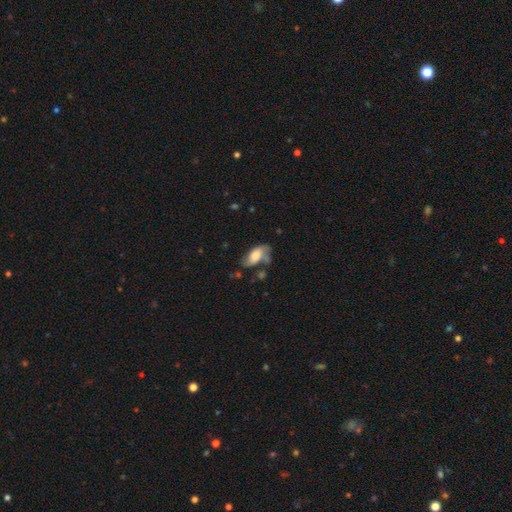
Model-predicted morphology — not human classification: This appears to be a smooth galaxy with no disk features (51%) that is in between round and cigar-shaped (90%). Merging: none (41%).